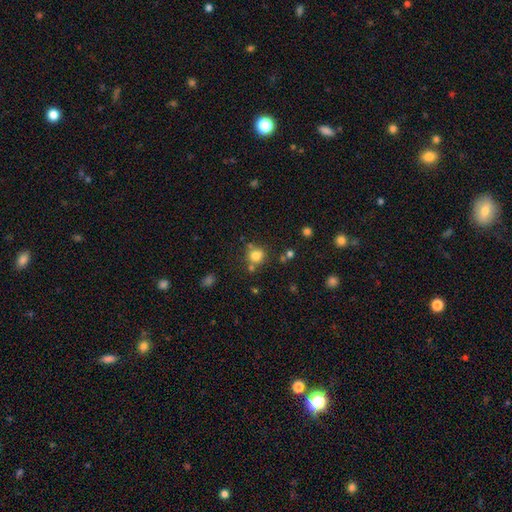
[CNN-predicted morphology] Smooth or featured? Predicted: smooth (p=0.77). How rounded? Predicted: round (p=0.85). Merging? Predicted: none (p=0.65).